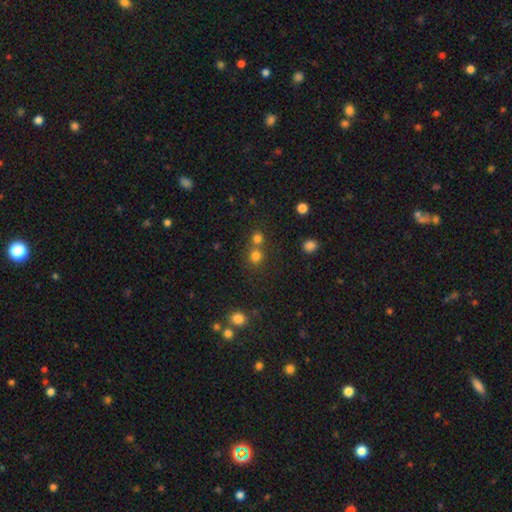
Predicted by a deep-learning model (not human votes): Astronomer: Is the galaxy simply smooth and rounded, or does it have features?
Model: smooth — 76%.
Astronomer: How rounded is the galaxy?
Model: round — 89%.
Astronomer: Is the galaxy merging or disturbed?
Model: none — 55% (runner-up: merger, 36%).